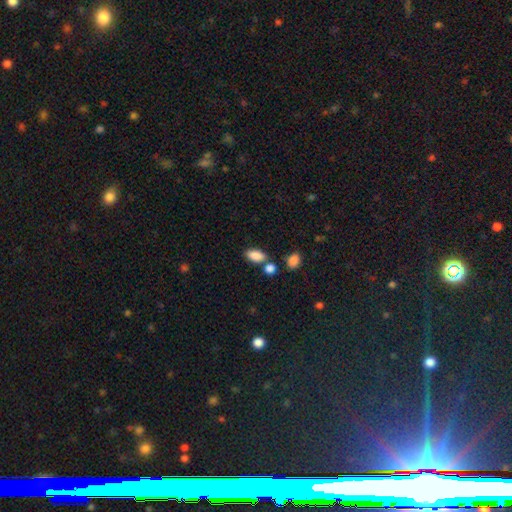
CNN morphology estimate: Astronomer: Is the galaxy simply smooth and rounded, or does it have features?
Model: smooth — 87%.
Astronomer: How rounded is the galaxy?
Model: in between — 90%.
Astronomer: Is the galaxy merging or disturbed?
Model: none — 68%.